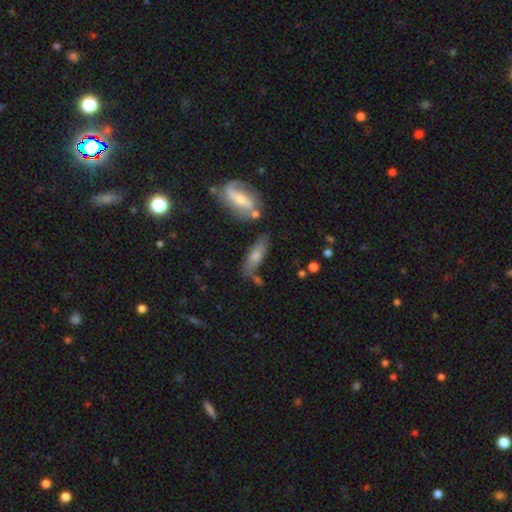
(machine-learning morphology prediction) Smooth or featured? Predicted: smooth (p=0.59). How rounded? Predicted: in between (p=0.55). Merging? Predicted: none (p=0.54).